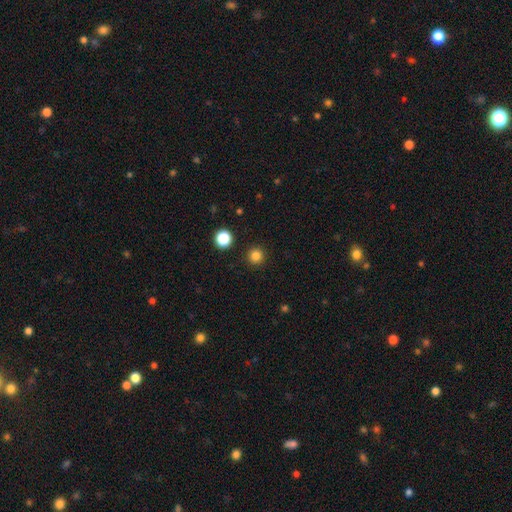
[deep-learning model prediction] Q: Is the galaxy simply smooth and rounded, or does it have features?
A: smooth — 83%.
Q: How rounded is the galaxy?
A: round — 96%.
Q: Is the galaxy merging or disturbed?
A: none — 93%.